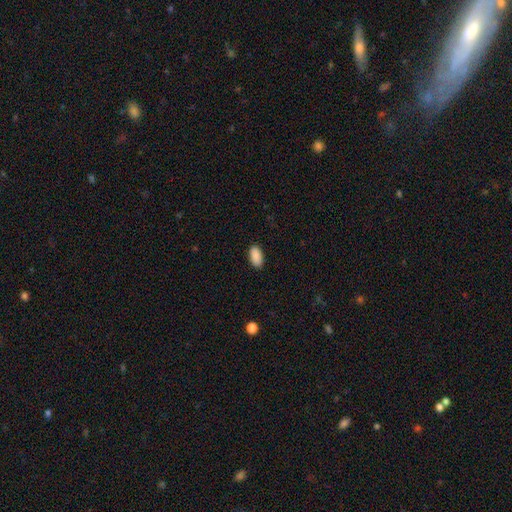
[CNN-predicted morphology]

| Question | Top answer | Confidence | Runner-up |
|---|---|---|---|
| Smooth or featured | smooth | 90% | star or artifact (7%) |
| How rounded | in between | 94% | round (3%) |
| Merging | none | 88% | minor disturbance (9%) |